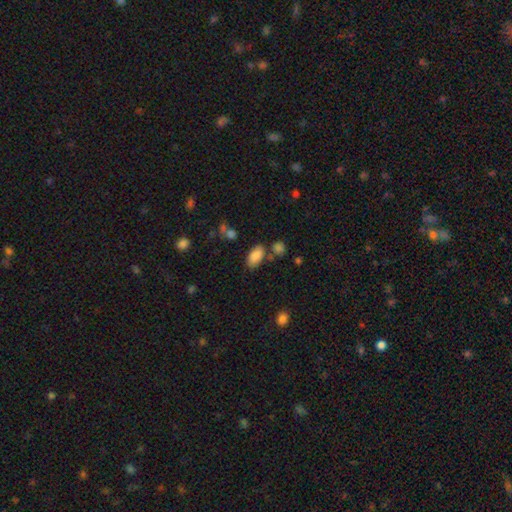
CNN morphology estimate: Smooth or featured?
  - smooth: 86% *
  - star or artifact: 8%
  - featured or disk: 6%
How rounded?
  - in between: 93% *
  - round: 4%
  - cigar-shaped: 3%
Merging?
  - none: 67% *
  - minor disturbance: 17%
  - merger: 11%
  - major disturbance: 5%